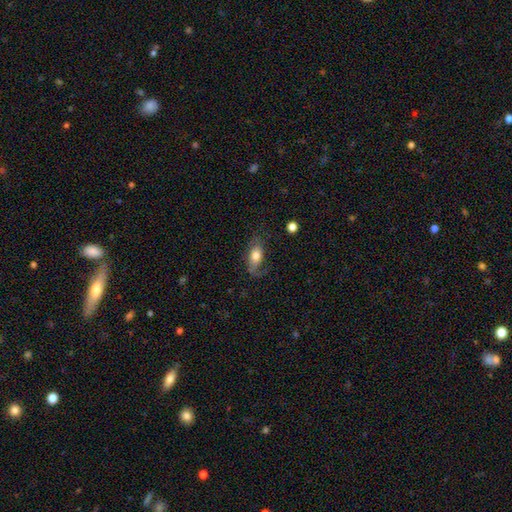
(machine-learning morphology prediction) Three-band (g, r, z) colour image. It shows a smooth galaxy with no disk features (64%) that is in between round and cigar-shaped (86%). Merging: none (57%).